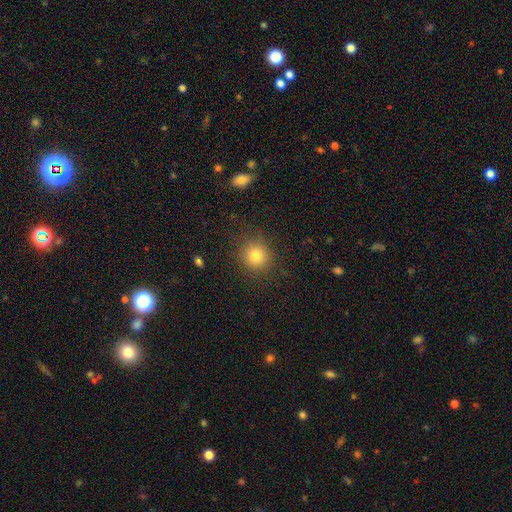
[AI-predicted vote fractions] Smooth or featured?
  - smooth: 81% *
  - star or artifact: 12%
  - featured or disk: 7%
How rounded?
  - round: 89% *
  - in between: 10%
  - cigar-shaped: 1%
Merging?
  - none: 87% *
  - minor disturbance: 8%
  - major disturbance: 3%
  - merger: 1%